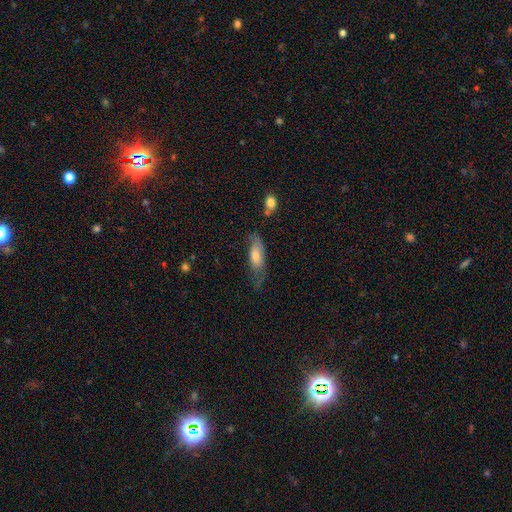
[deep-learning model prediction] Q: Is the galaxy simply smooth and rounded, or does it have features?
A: smooth — 60%.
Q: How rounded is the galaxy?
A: in between — 60%.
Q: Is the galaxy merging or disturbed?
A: none — 51%.